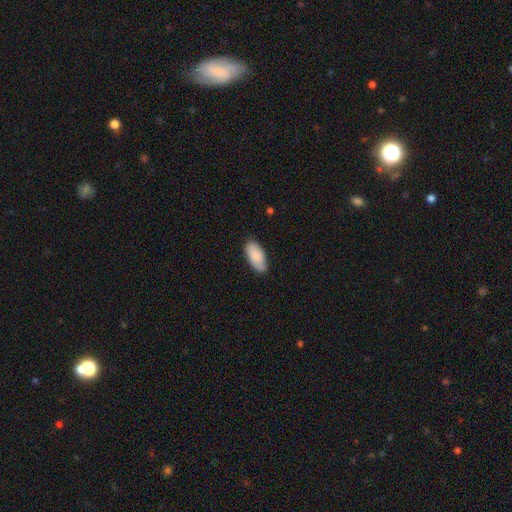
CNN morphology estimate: This appears to be a smooth galaxy with no disk features (84%) that is in between round and cigar-shaped (92%). Merging: none (77%).